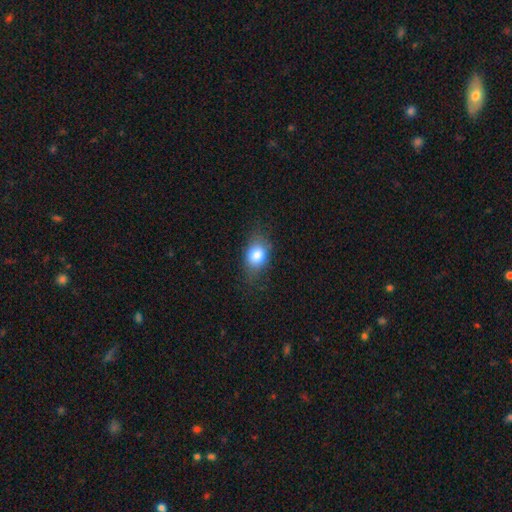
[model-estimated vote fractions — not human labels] This is clearly a smooth galaxy (82%). How rounded: likely in between (67%). Merging: likely none (71%).